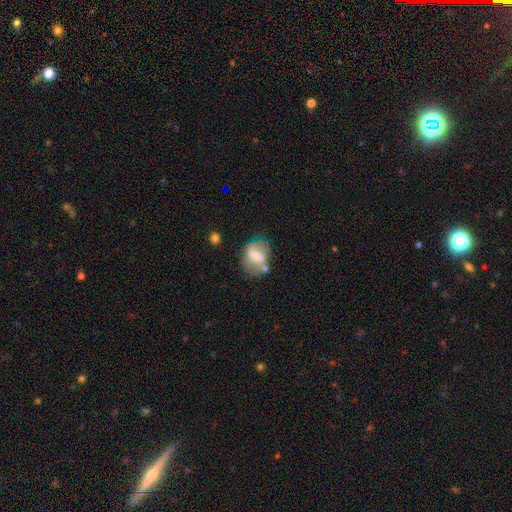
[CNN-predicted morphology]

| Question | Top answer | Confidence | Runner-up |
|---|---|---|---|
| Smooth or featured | smooth | 47% | featured or disk (45%) |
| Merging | none | 53% | minor disturbance (23%) |